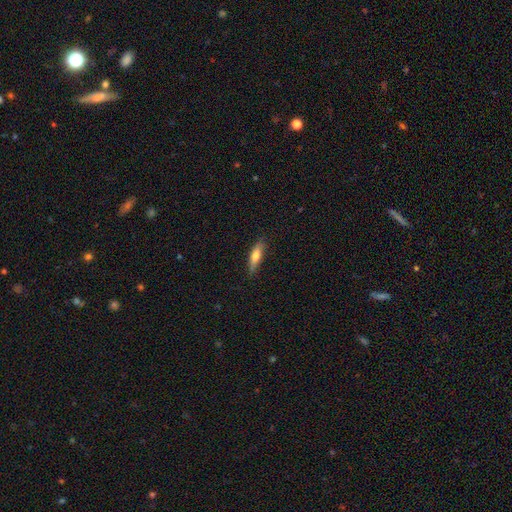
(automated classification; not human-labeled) smooth_or_featured: smooth (p=0.64) [alt: featured or disk p=0.30]
how_rounded: cigar-shaped (p=0.69) [alt: in between p=0.29]
merging: none (p=0.82) [alt: minor disturbance p=0.14]